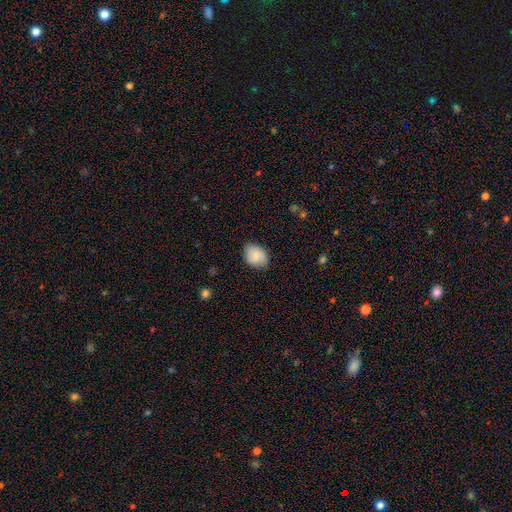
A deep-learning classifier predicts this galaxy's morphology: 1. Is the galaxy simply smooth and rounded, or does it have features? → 79% smooth, 14% featured or disk, 7% star or artifact.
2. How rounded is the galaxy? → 67% in between, 32% round, 1% cigar-shaped.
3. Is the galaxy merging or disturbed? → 76% none, 20% minor disturbance, 3% major disturbance, 1% merger.